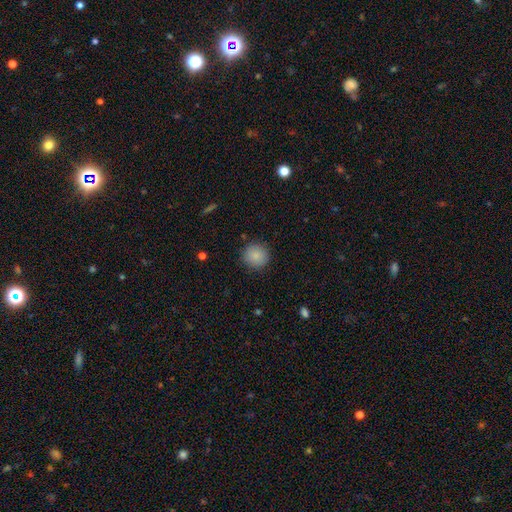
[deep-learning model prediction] smooth 87%, star or artifact 9%, featured or disk 5%. Down the decision tree: how rounded — round (92%); merging — none (88%).